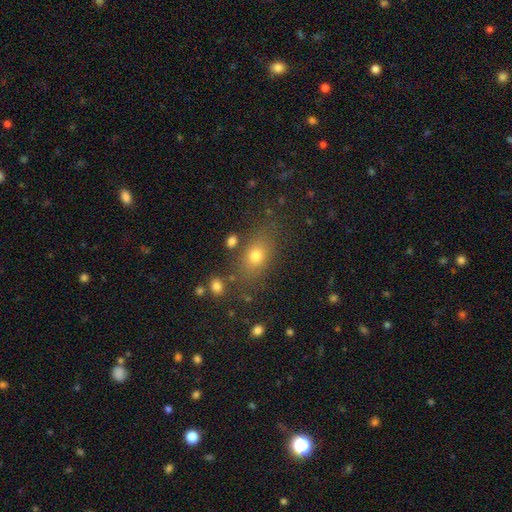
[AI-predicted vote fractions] This is likely a smooth galaxy (73%). How rounded: likely in between (69%). Merging: likely none (76%).